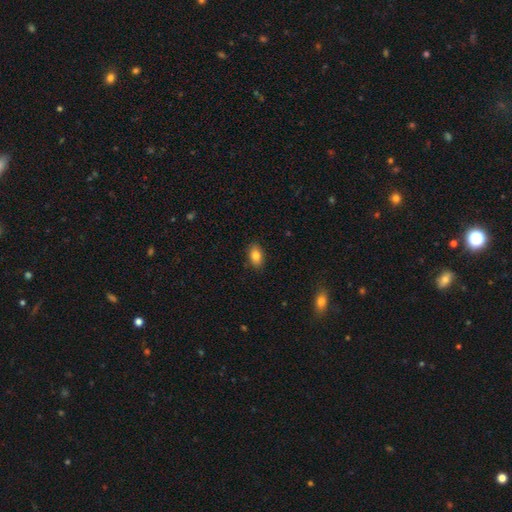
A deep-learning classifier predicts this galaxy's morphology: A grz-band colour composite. It shows a smooth galaxy with no disk features (83%) that is in between round and cigar-shaped (89%). Merging: none (87%).